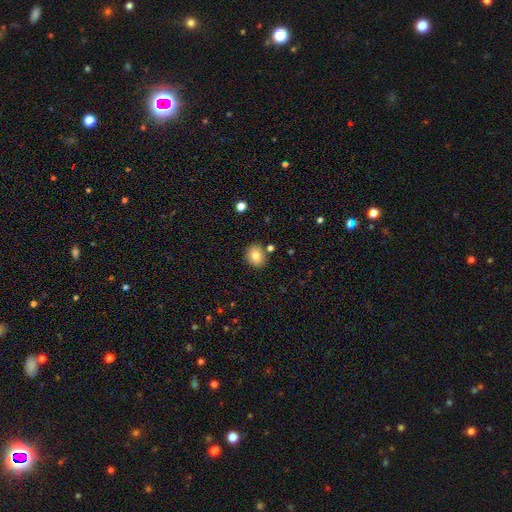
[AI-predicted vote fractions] Smooth or featured? Predicted: smooth (p=0.79). How rounded? Predicted: round (p=0.76). Merging? Predicted: none (p=0.83).